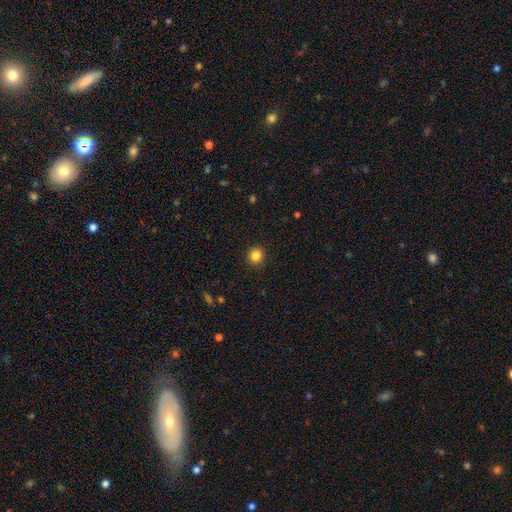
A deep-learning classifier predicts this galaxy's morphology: Smooth or featured?
  - smooth: 84% *
  - star or artifact: 11%
  - featured or disk: 5%
How rounded?
  - round: 90% *
  - in between: 9%
  - cigar-shaped: 1%
Merging?
  - none: 92% *
  - minor disturbance: 6%
  - major disturbance: 2%
  - merger: 1%